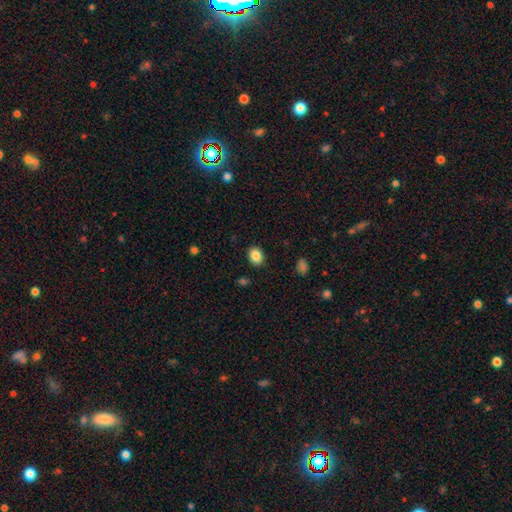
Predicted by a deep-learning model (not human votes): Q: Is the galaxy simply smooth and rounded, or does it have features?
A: smooth — 86%.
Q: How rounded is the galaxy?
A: in between — 53%.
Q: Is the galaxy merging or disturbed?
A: none — 88%.